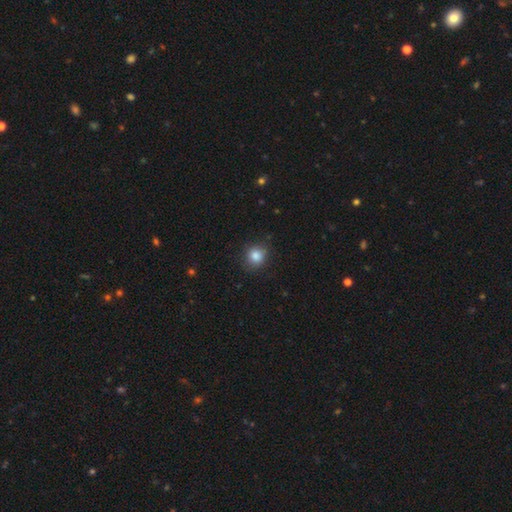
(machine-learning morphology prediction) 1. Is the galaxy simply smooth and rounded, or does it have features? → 85% smooth, 10% star or artifact, 5% featured or disk.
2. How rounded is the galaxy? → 84% round, 15% in between, 1% cigar-shaped.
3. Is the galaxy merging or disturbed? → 81% none, 14% minor disturbance, 4% major disturbance, 1% merger.